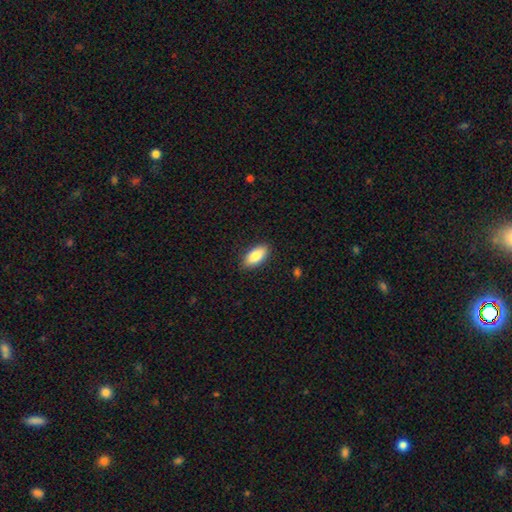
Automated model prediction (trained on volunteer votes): Morphology: type=smooth (85%); roundness=in between (89%); merging=none (88%).